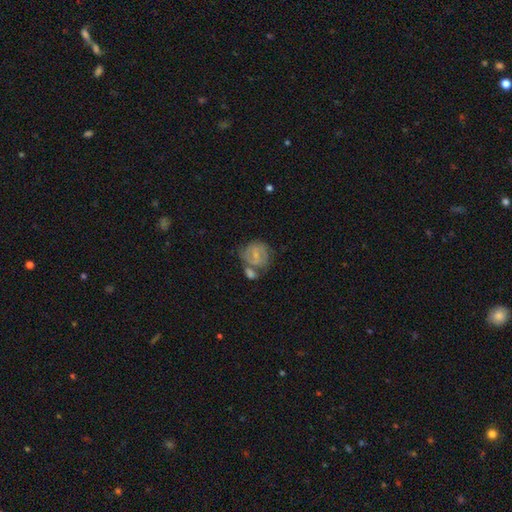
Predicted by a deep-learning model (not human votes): This appears to be a featured or disk galaxy (64%) with a weak bar (47%), 2 (54%) tight (54%) spiral arms (84%) and a small central bulge (60%). Merging: none (44%).